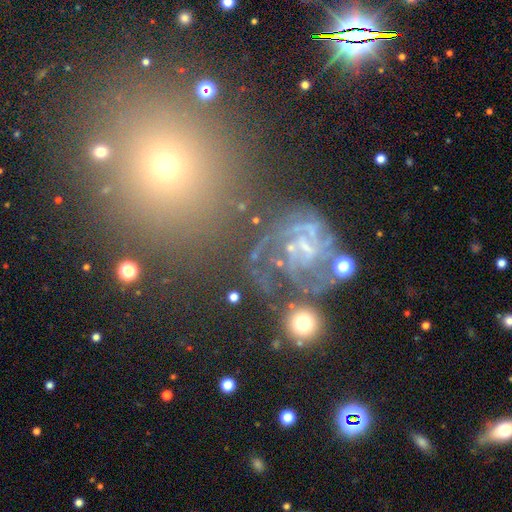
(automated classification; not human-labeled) A featured or disk galaxy (54%) with no bar (49%), spiral arms (75%) and a small central bulge (43%). Merging: none (47%).